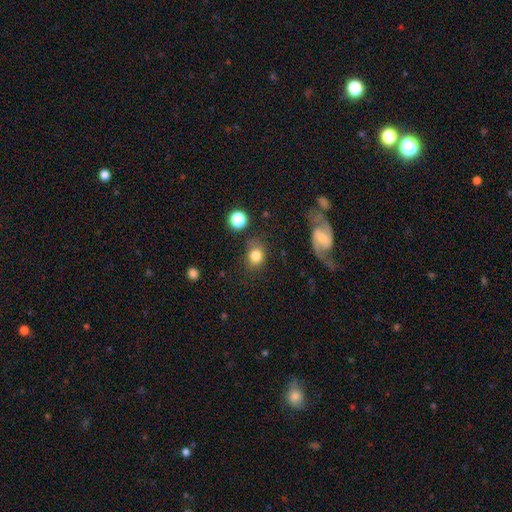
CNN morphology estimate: A smooth galaxy with no disk features (80%) that is round (58%). Merging: none (72%).